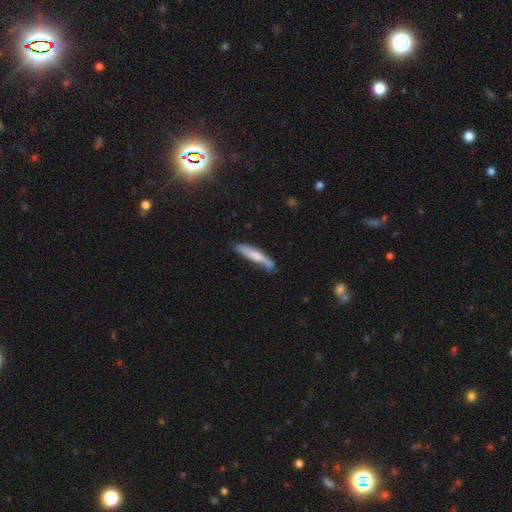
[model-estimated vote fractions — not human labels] Smooth or featured? smooth (65%)
How rounded? cigar-shaped (88%)
Merging? none (62%)